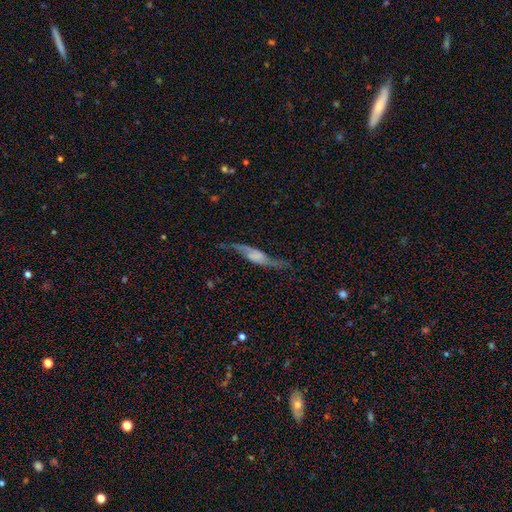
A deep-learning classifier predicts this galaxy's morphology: Overall: featured or disk (72%). Edge-on disk: no (54%; yes 46%). Merging: none (59%; minor disturbance 23%).